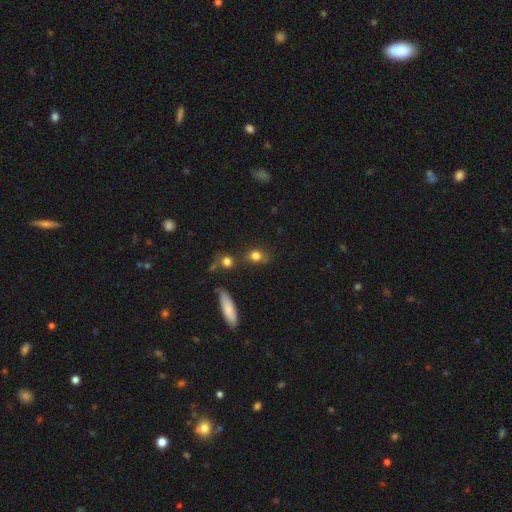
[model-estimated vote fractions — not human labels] Smooth or featured: smooth — 81% (star or artifact — 12%)
How rounded: round — 54% (in between — 42%)
Merging: none — 68% (minor disturbance — 16%)